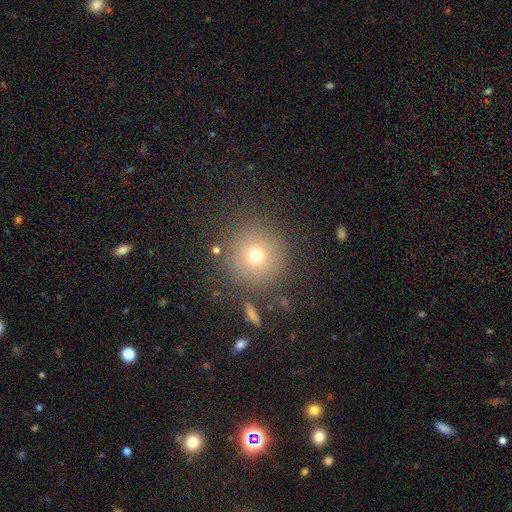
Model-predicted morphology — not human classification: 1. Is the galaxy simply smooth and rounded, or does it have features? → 70% smooth, 17% star or artifact, 12% featured or disk.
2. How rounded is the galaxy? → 94% round, 5% in between, 1% cigar-shaped.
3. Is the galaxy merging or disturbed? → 83% none, 9% minor disturbance, 5% major disturbance, 3% merger.